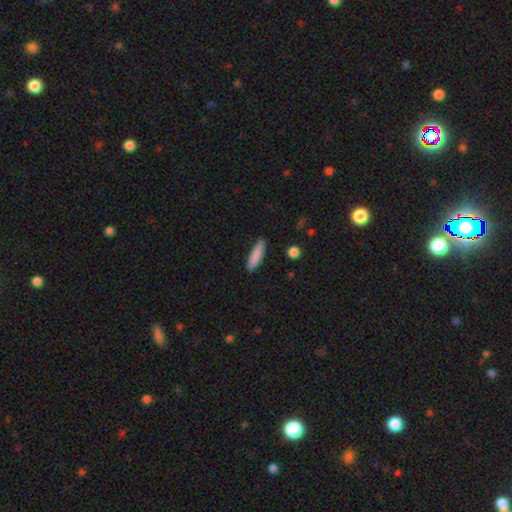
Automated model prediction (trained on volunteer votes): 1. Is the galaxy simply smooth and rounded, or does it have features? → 86% smooth, 8% featured or disk, 6% star or artifact.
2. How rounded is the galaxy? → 78% cigar-shaped, 20% in between, 1% round.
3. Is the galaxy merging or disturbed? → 88% none, 9% minor disturbance, 2% major disturbance, 1% merger.